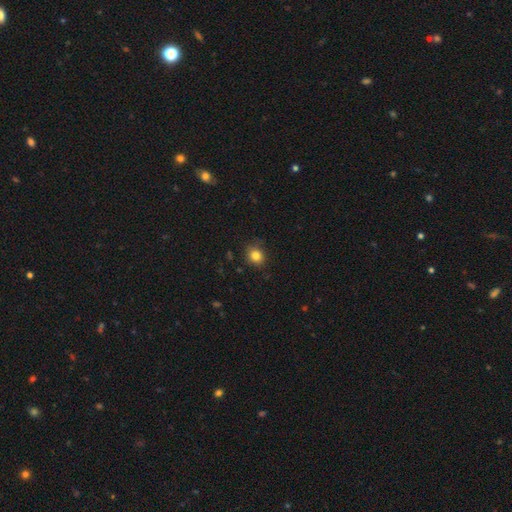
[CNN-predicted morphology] A smooth galaxy with no disk features (82%) that is round (79%).

Vote fractions:
- Smooth or featured? smooth: 82% / star or artifact: 12% / featured or disk: 6%
- How rounded? round: 79% / in between: 20% / cigar-shaped: 1%
- Merging? none: 83% / minor disturbance: 13% / major disturbance: 3% / merger: 1%